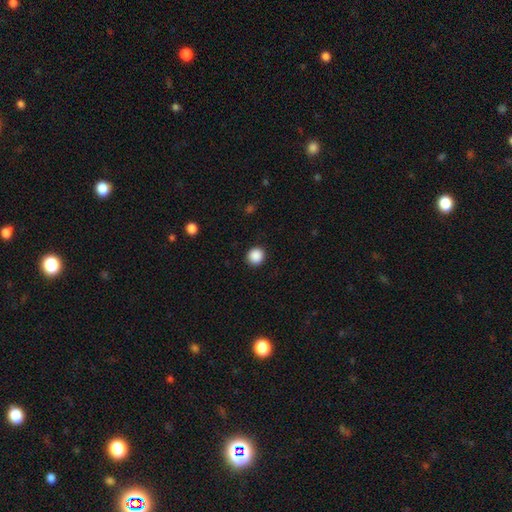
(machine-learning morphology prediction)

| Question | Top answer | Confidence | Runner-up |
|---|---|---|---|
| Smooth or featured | smooth | 89% | star or artifact (9%) |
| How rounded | round | 92% | in between (7%) |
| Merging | none | 92% | minor disturbance (5%) |